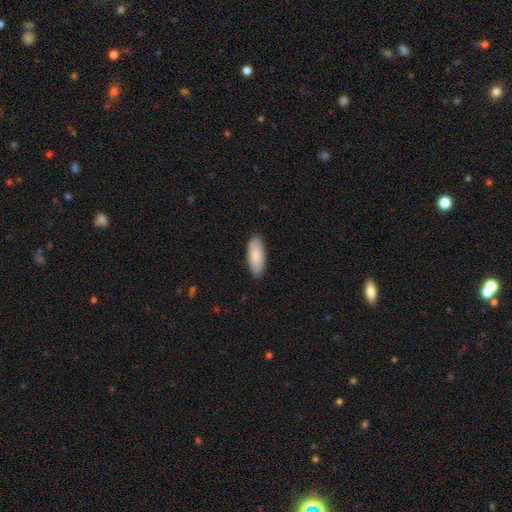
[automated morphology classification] Smooth or featured?
  - smooth: 87% *
  - featured or disk: 8%
  - star or artifact: 5%
How rounded?
  - in between: 75% *
  - cigar-shaped: 23%
  - round: 2%
Merging?
  - none: 88% *
  - minor disturbance: 9%
  - major disturbance: 2%
  - merger: 1%